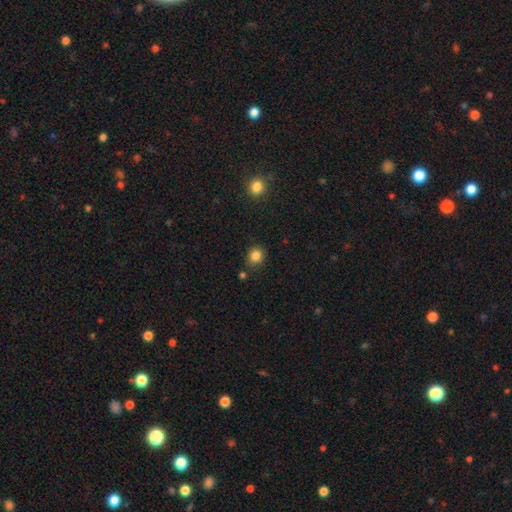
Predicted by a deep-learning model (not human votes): Q: Smooth or featured?
A: smooth (85%); runner-up: star or artifact (11%)
Q: How rounded?
A: round (82%); runner-up: in between (17%)
Q: Merging?
A: none (83%); runner-up: minor disturbance (10%)